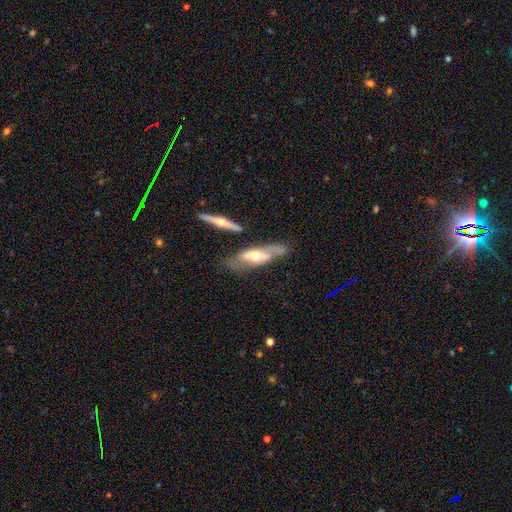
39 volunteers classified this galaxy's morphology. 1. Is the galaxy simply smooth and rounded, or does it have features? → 67% featured or disk, 28% smooth, 5% star or artifact.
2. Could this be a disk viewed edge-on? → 58% no, 42% yes.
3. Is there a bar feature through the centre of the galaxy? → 40% strong (tied), 40% weak (tied), 20% no.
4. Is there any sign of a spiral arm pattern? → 60% no, 40% yes.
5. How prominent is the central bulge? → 73% moderate, 20% small, 7% large, 0% dominant, 0% none.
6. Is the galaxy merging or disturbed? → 51% none, 22% minor disturbance, 16% major disturbance, 11% merger.